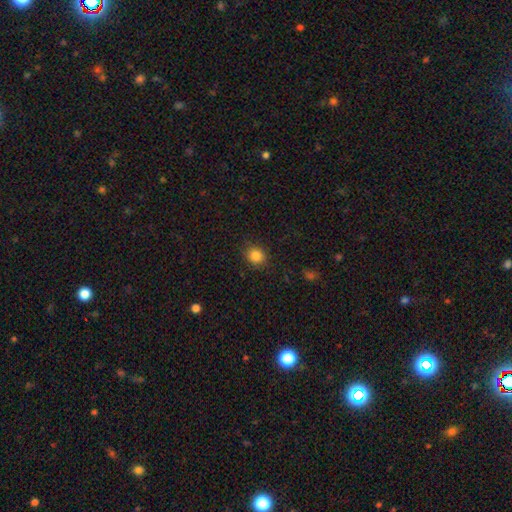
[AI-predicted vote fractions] Smooth or featured? Predicted: smooth (p=0.85). How rounded? Predicted: round (p=0.73). Merging? Predicted: none (p=0.85).